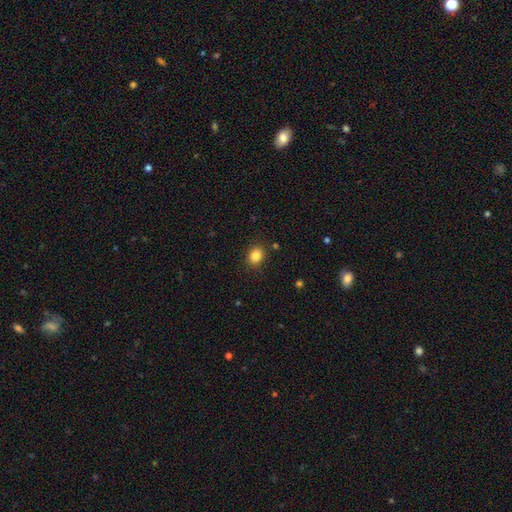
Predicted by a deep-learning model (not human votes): A smooth galaxy with no disk features (84%) that is round (53%). Merging: none (87%).